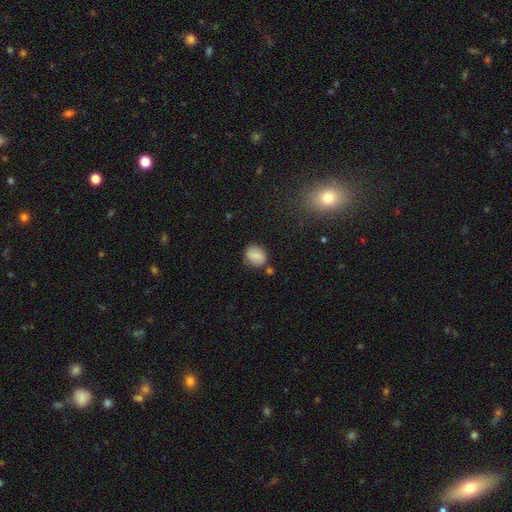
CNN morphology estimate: A smooth galaxy with no disk features (80%) that is round (61%). Merging: none (75%).